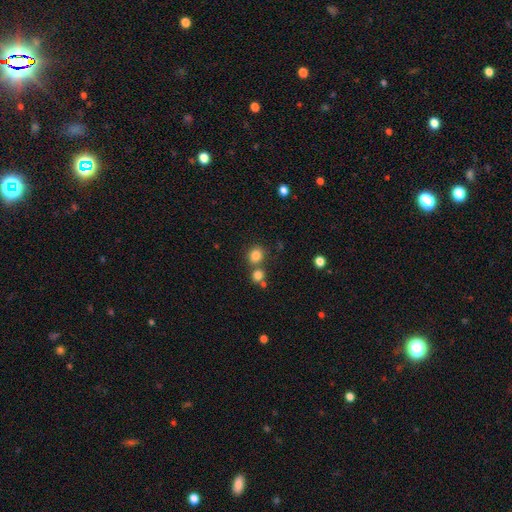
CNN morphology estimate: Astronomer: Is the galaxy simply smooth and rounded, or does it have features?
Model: smooth — 82%.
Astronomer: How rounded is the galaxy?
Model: round — 77%.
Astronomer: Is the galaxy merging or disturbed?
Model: none — 64%.